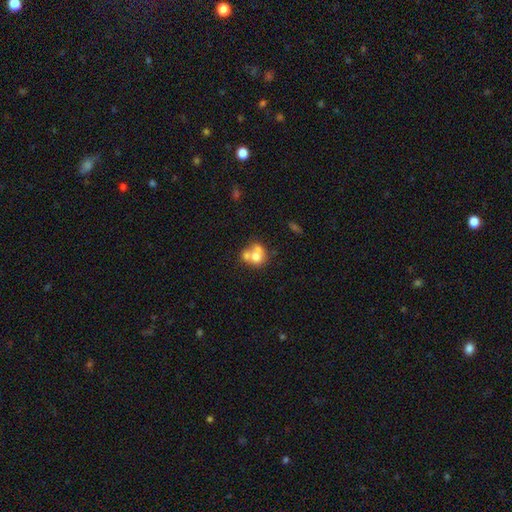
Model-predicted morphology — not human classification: Smooth or featured? Predicted: smooth (p=0.62). How rounded? Predicted: round (p=0.68). Merging? Predicted: merger (p=0.60).